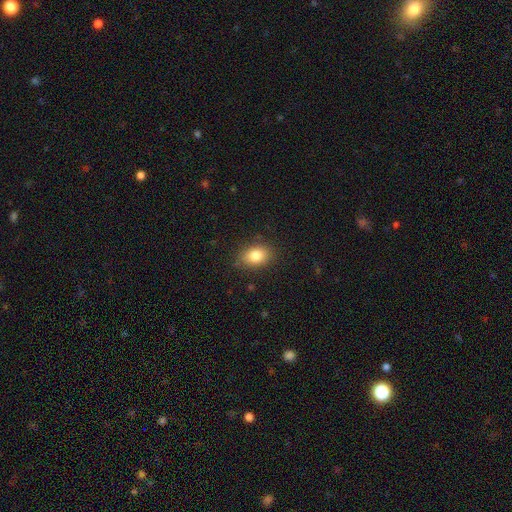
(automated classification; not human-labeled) Smooth or featured: smooth — 83% (star or artifact — 9%)
How rounded: in between — 73% (round — 26%)
Merging: none — 82% (minor disturbance — 14%)